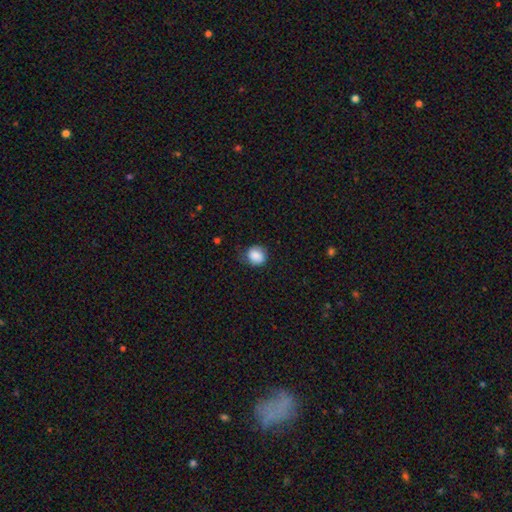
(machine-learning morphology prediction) Smooth or featured: smooth — 83% (featured or disk — 9%)
How rounded: round — 78% (in between — 22%)
Merging: none — 65% (minor disturbance — 26%)